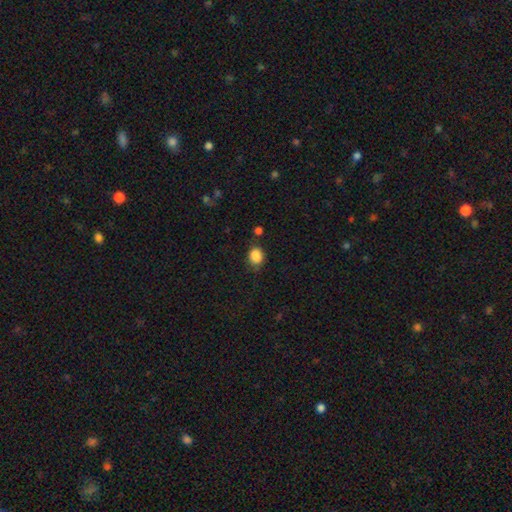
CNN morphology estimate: The model was most divided on "how rounded": in between: 52%, round: 47%, cigar-shaped: 1%. More confident: smooth or featured — smooth (86%); merging — none (66%).